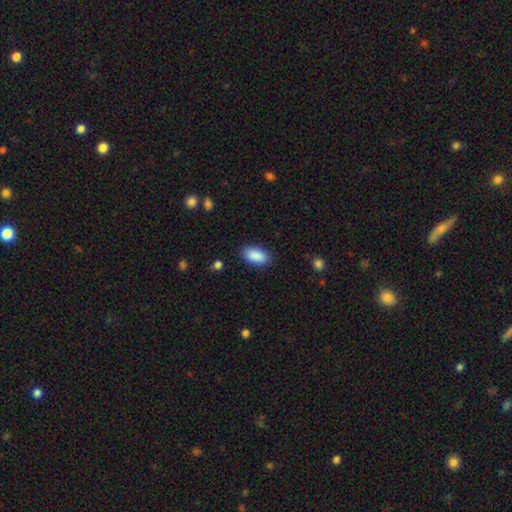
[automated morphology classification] Overall: smooth (90%). How rounded: in between (94%). Merging: none (87%).